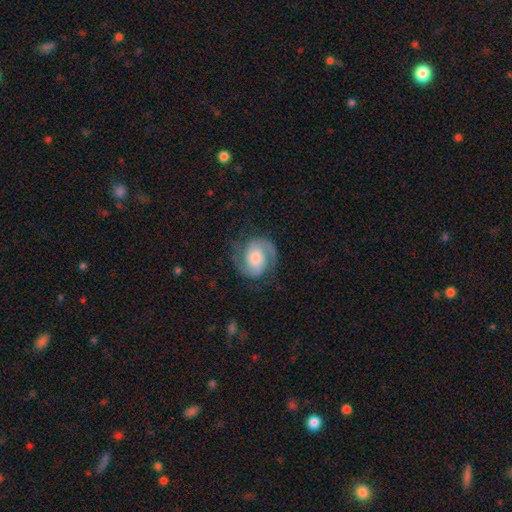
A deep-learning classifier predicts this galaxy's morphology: Smooth or featured? featured or disk (85%)
Edge-on disk? no (98%)
Bar? no (58%)
Spiral arms? yes (97%)
Spiral winding? medium (50%)
Spiral arm count? 2 (91%)
Bulge size? moderate (43%)
Merging? none (76%)